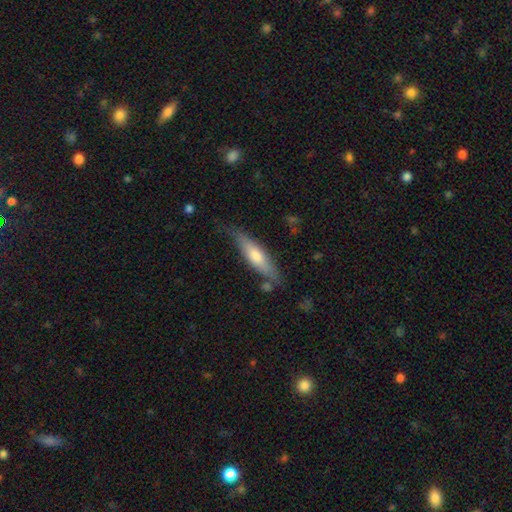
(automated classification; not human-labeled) A smooth galaxy with no disk features (57%) that is cigar-shaped (71%).

Vote fractions:
- Smooth or featured? smooth: 57% / featured or disk: 37% / star or artifact: 6%
- How rounded? cigar-shaped: 71% / in between: 27% / round: 2%
- Merging? none: 70% / minor disturbance: 21% / major disturbance: 5% / merger: 4%